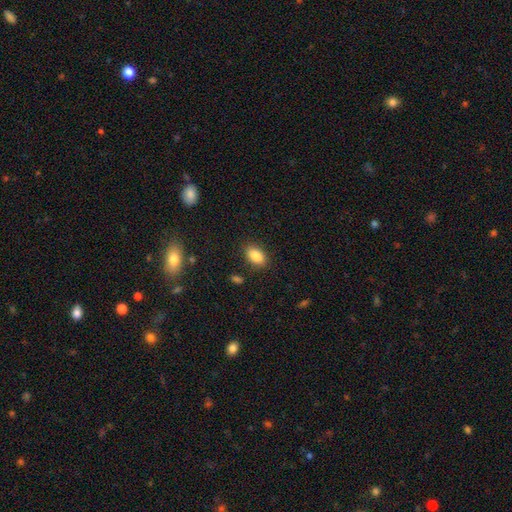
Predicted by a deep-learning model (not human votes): Smooth or featured? smooth (86%)
How rounded? in between (90%)
Merging? none (86%)